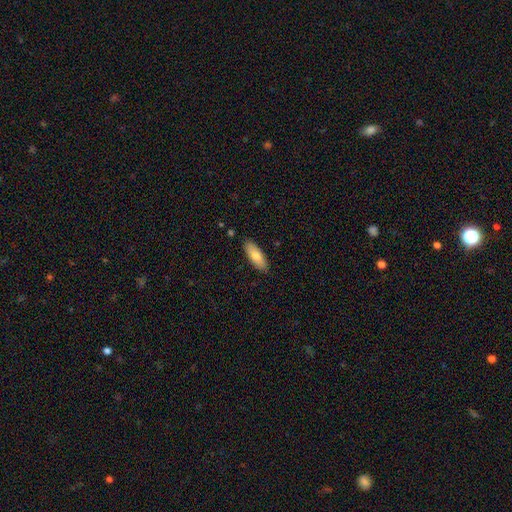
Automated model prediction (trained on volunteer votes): Smooth or featured? Predicted: smooth (p=0.79). How rounded? Predicted: in between (p=0.71). Merging? Predicted: none (p=0.88).